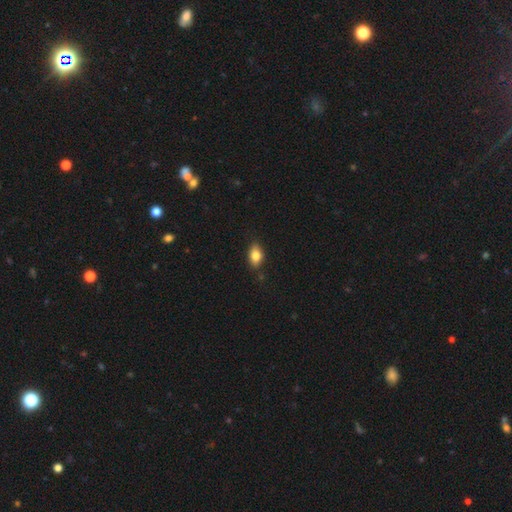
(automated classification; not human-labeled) smooth-or-featured: smooth: 79% | featured or disk: 13% | star or artifact: 8%
  how-rounded: in between: 85% | round: 11% | cigar-shaped: 5%
  merging: none: 83% | minor disturbance: 13% | major disturbance: 2% | merger: 1%